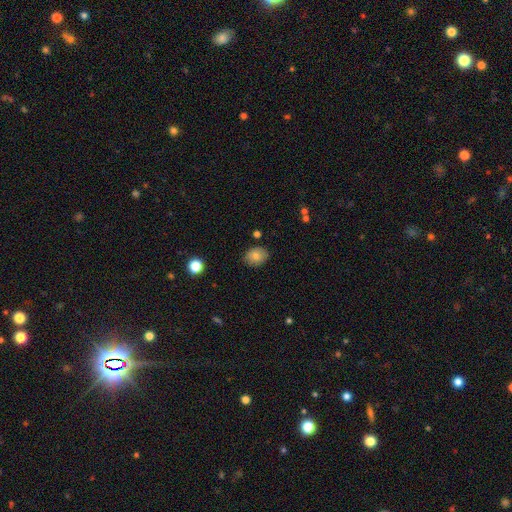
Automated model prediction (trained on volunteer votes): Smooth or featured? smooth (78%)
How rounded? in between (53%)
Merging? none (84%)